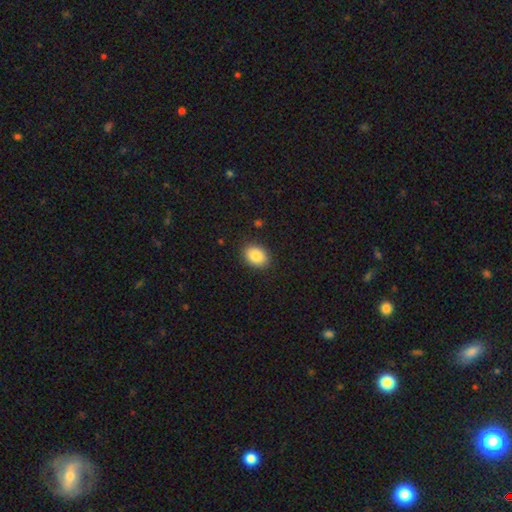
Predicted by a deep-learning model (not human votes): This appears to be a smooth galaxy with no disk features (86%) that is in between round and cigar-shaped (65%). Merging: none (89%).